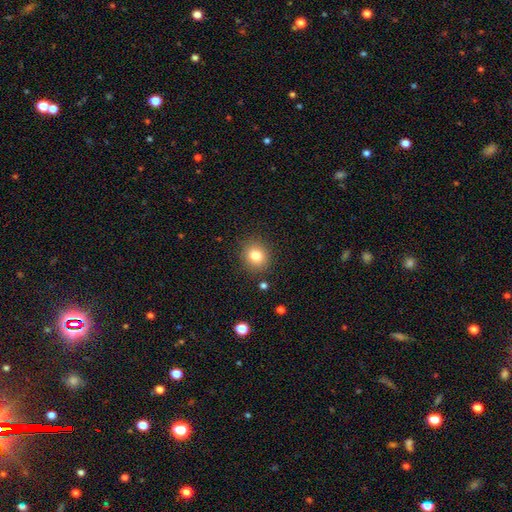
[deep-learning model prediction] smooth-or-featured: smooth: 80% | star or artifact: 12% | featured or disk: 8%
  how-rounded: round: 80% | in between: 19% | cigar-shaped: 1%
  merging: none: 87% | minor disturbance: 8% | major disturbance: 3% | merger: 2%